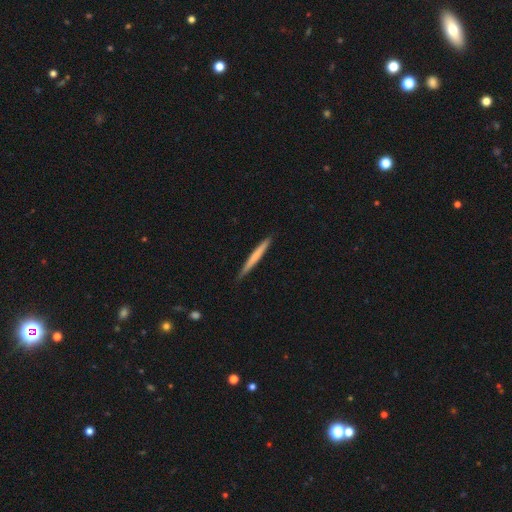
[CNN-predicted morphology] smooth 60%, featured or disk 35%, star or artifact 5%. Down the decision tree: how rounded — cigar-shaped (97%); merging — none (88%).